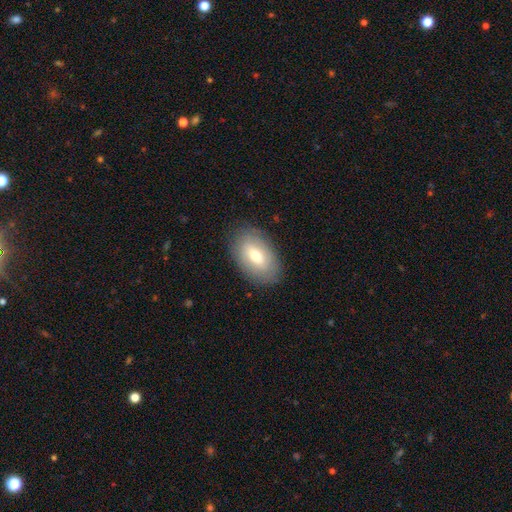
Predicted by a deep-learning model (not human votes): This appears to be a smooth galaxy with no disk features (66%) that is in between round and cigar-shaped (92%). Merging: none (85%).